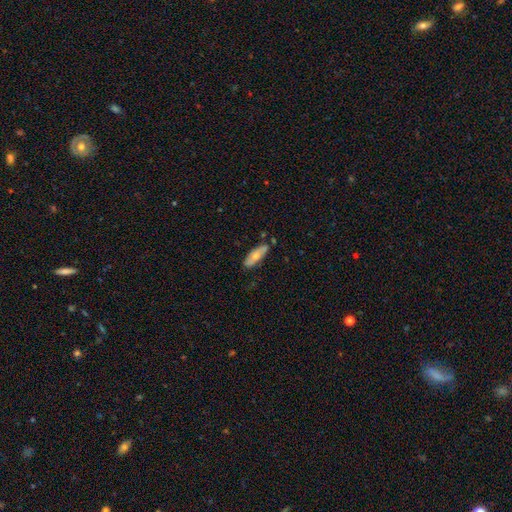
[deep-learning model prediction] Morphology: type=smooth (61%); roundness=in between (58%); merging=none (75%).